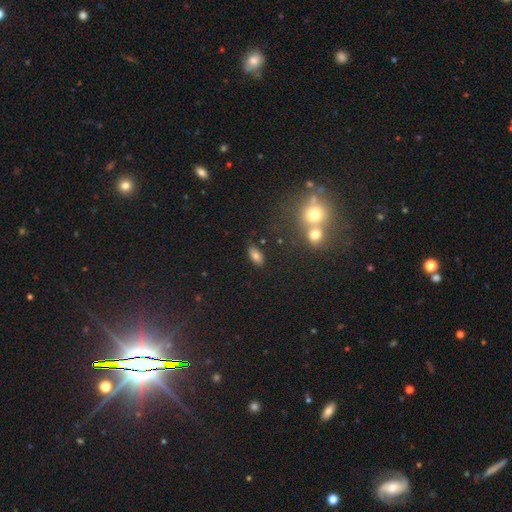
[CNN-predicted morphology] Smooth or featured: smooth — 76% (star or artifact — 13%)
How rounded: in between — 89% (round — 6%)
Merging: none — 83% (minor disturbance — 10%)